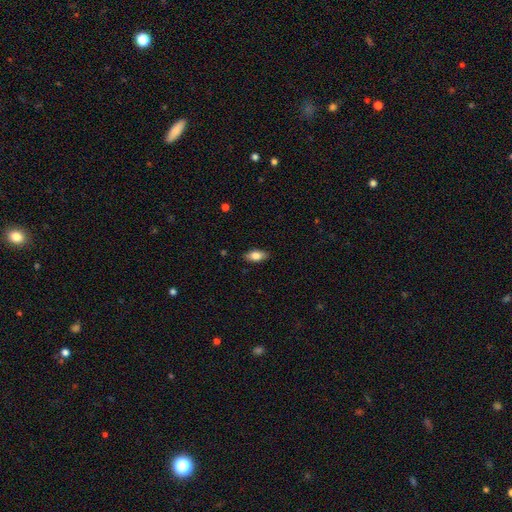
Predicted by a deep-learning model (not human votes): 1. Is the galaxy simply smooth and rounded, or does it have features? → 80% smooth, 13% featured or disk, 7% star or artifact.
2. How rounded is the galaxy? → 89% in between, 8% cigar-shaped, 4% round.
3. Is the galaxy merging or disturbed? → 86% none, 11% minor disturbance, 2% major disturbance, 1% merger.